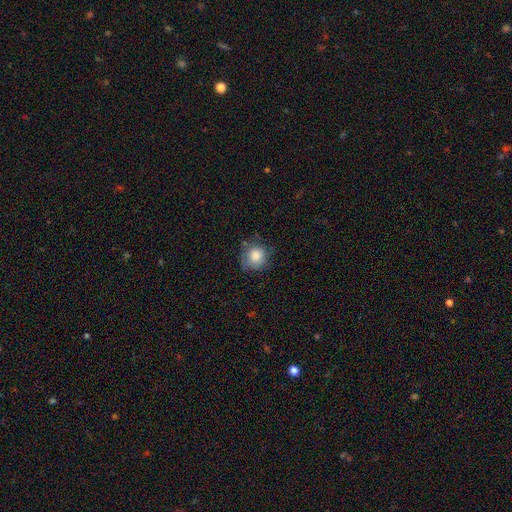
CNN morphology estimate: type=smooth (80%); roundness=round (86%); merging=none (64%).